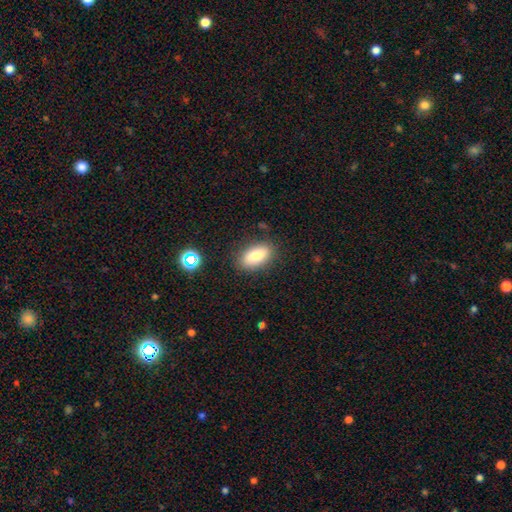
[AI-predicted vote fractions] Q: Smooth or featured?
A: smooth (79%); runner-up: featured or disk (12%)
Q: How rounded?
A: in between (88%); runner-up: cigar-shaped (6%)
Q: Merging?
A: none (84%); runner-up: minor disturbance (11%)